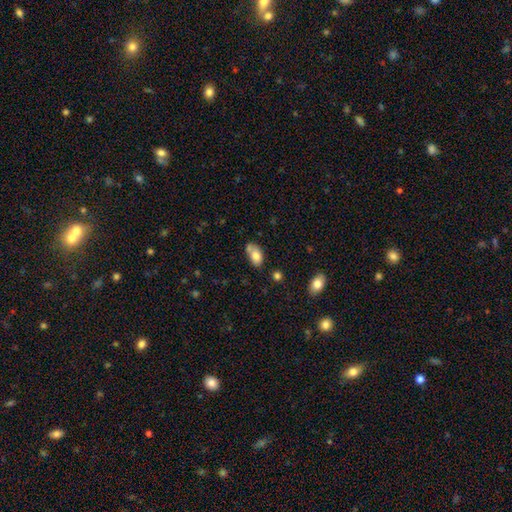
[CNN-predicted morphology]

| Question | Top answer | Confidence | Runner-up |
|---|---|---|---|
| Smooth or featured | smooth | 77% | featured or disk (15%) |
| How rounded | in between | 88% | round (10%) |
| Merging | none | 45% | merger (24%) |